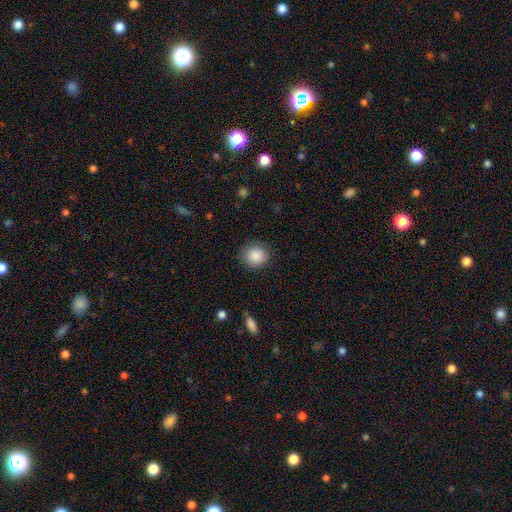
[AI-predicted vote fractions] This appears to be a smooth galaxy with no disk features (88%) that is round (87%). Merging: none (87%).